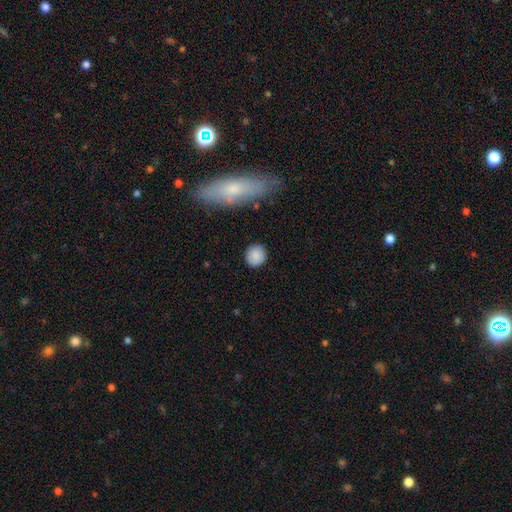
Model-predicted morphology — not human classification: smooth 86%, star or artifact 8%, featured or disk 6%. Down the decision tree: how rounded — round (87%); merging — none (86%).